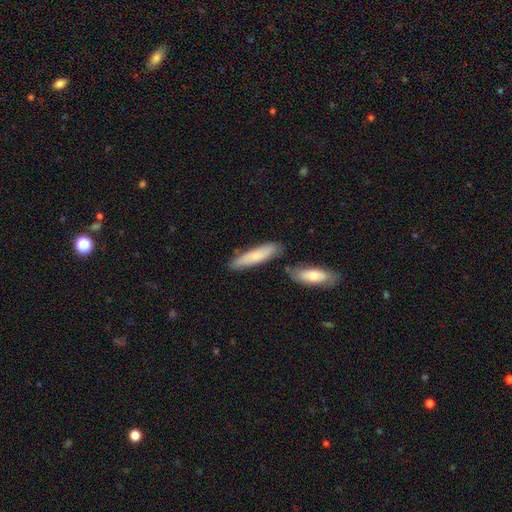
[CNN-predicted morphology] Smooth or featured: smooth — 74% (featured or disk — 21%)
How rounded: cigar-shaped — 75% (in between — 24%)
Merging: none — 74% (minor disturbance — 14%)